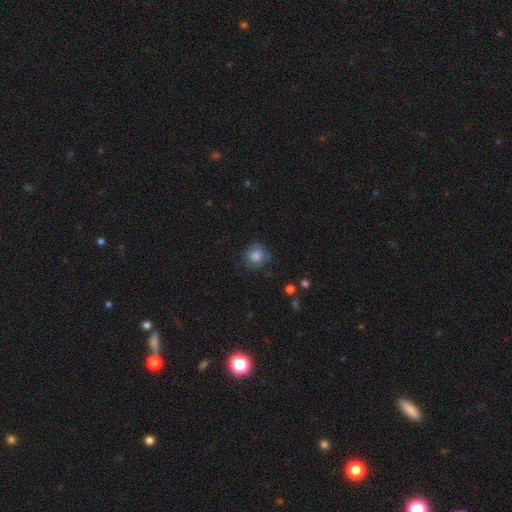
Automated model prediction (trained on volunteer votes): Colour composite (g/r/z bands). It shows a smooth galaxy with no disk features (80%) that is round (87%). Merging: none (71%).